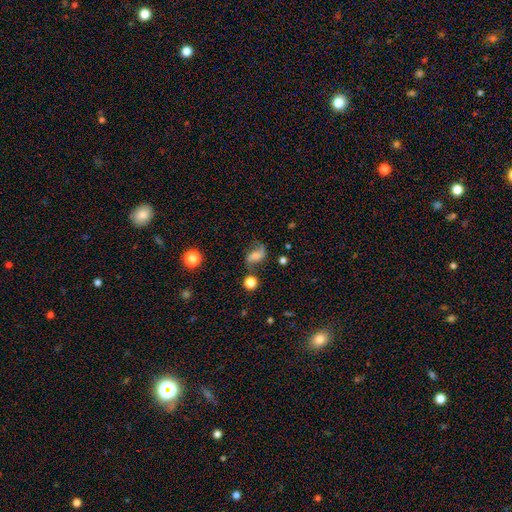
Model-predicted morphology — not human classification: Smooth or featured?
  - featured or disk: 45% *
  - smooth: 42%
  - star or artifact: 13%
Merging?
  - none: 52% *
  - minor disturbance: 24%
  - major disturbance: 17%
  - merger: 6%